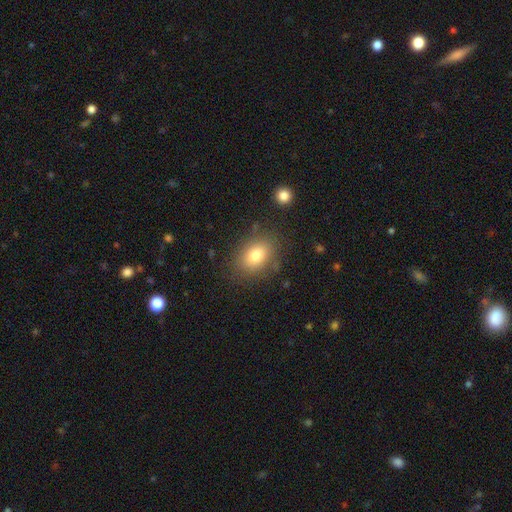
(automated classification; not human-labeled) A smooth galaxy with no disk features (78%) that is in between round and cigar-shaped (73%). Merging: none (81%).